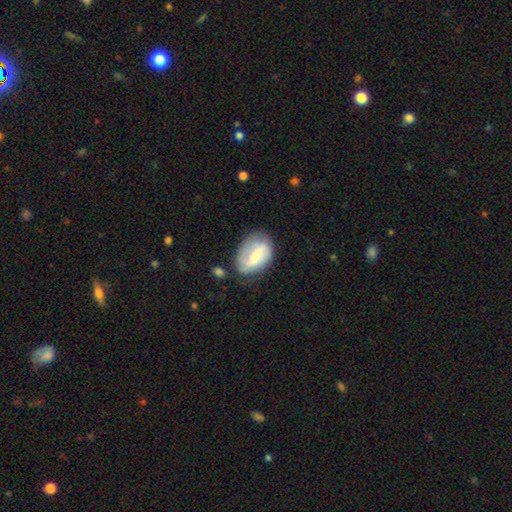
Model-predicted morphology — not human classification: Smooth or featured?
  - featured or disk: 50% *
  - smooth: 43%
  - star or artifact: 7%
Merging?
  - none: 61% *
  - minor disturbance: 26%
  - major disturbance: 10%
  - merger: 3%